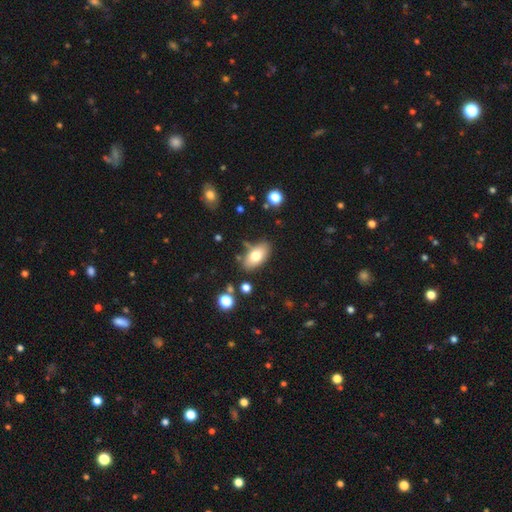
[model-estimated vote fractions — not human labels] The model was most divided on "smooth or featured": smooth: 75%, featured or disk: 17%, star or artifact: 7%. More confident: how rounded — in between (91%); merging — none (78%).